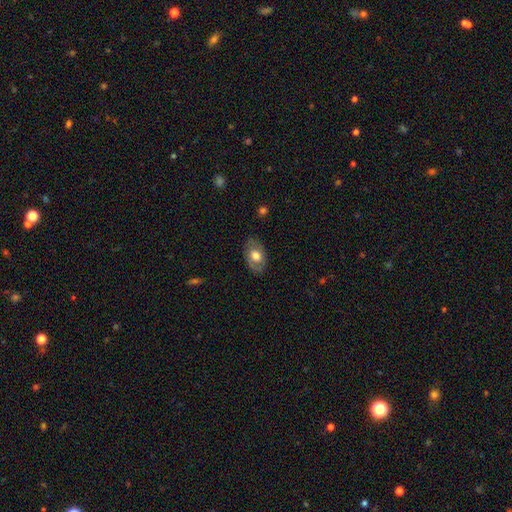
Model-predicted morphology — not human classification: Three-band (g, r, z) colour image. It shows a smooth galaxy with no disk features (54%) that is in between round and cigar-shaped (85%). Merging: none (80%).